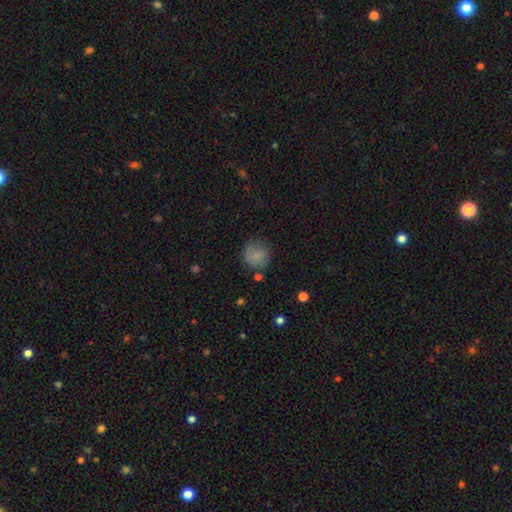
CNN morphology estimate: This appears to be a smooth galaxy with no disk features (82%) that is round (90%). Merging: none (74%).